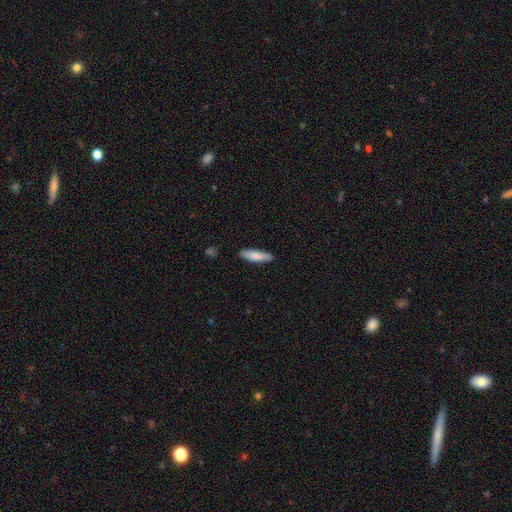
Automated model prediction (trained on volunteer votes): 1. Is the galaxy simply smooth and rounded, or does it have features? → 82% smooth, 12% featured or disk, 6% star or artifact.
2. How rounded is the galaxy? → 60% cigar-shaped, 39% in between, 1% round.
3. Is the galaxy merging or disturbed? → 82% none, 14% minor disturbance, 2% major disturbance, 1% merger.